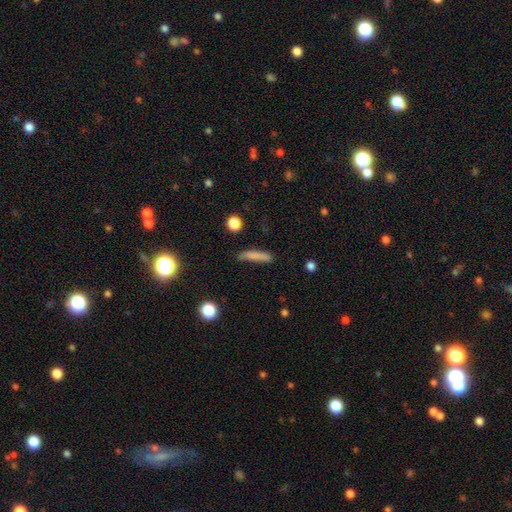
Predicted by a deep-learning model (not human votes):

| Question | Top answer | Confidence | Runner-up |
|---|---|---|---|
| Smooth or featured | smooth | 80% | featured or disk (11%) |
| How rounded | cigar-shaped | 86% | in between (12%) |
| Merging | none | 72% | minor disturbance (20%) |